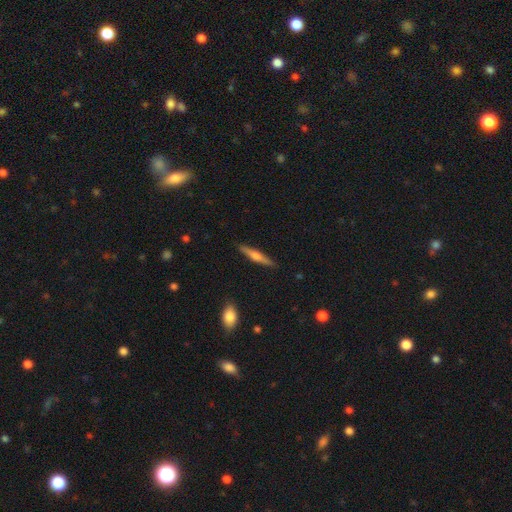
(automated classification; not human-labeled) Q: Smooth or featured?
A: featured or disk (54%); runner-up: smooth (41%)
Q: Edge-on disk?
A: yes (97%); runner-up: no (3%)
Q: Edge-on bulge?
A: rounded (81%); runner-up: boxy (10%)
Q: Merging?
A: none (90%); runner-up: minor disturbance (7%)